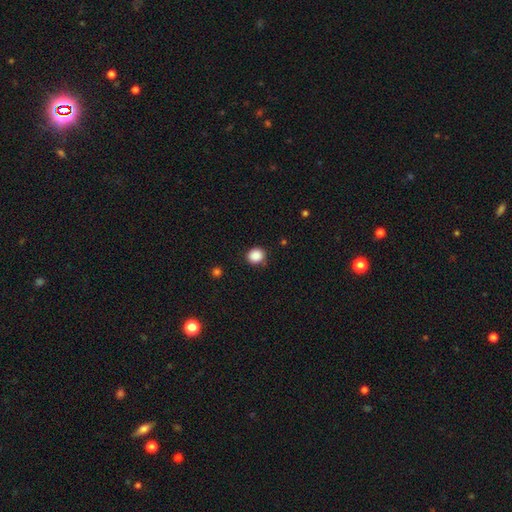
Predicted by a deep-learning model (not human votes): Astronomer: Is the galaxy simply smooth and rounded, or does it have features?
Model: smooth — 87%.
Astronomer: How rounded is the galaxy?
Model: round — 85%.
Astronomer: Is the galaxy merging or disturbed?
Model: none — 86%.